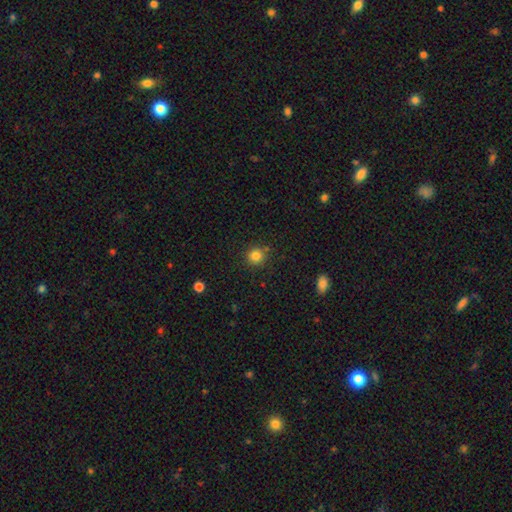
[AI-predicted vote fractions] Smooth or featured? smooth (82%)
How rounded? round (93%)
Merging? none (85%)